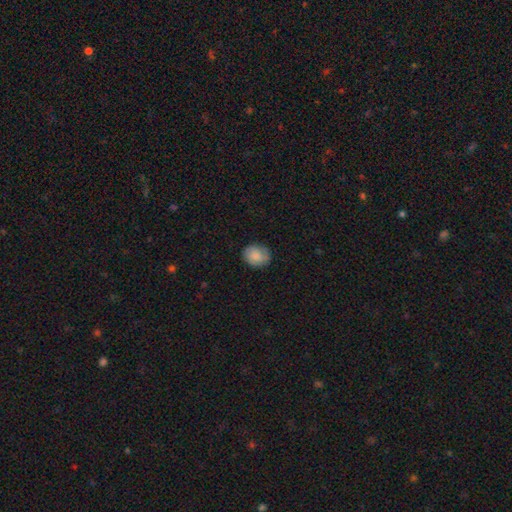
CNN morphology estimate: A smooth galaxy with no disk features (76%) that is round (56%). Merging: none (80%).